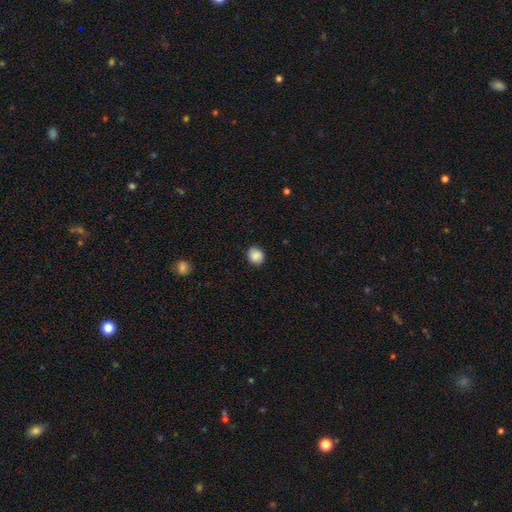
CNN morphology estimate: type=smooth (88%); roundness=round (77%); merging=none (89%).